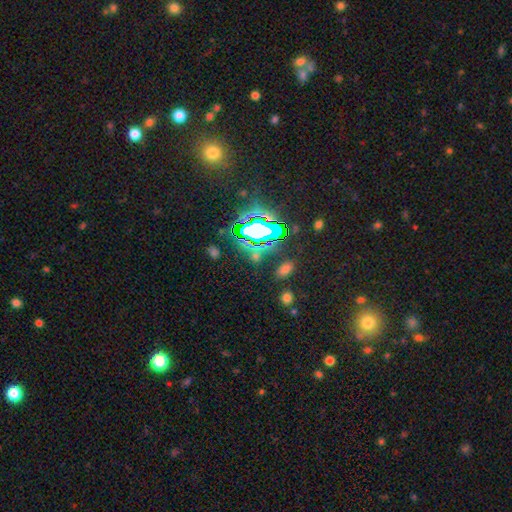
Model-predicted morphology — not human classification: Smooth or featured? star or artifact (54%)